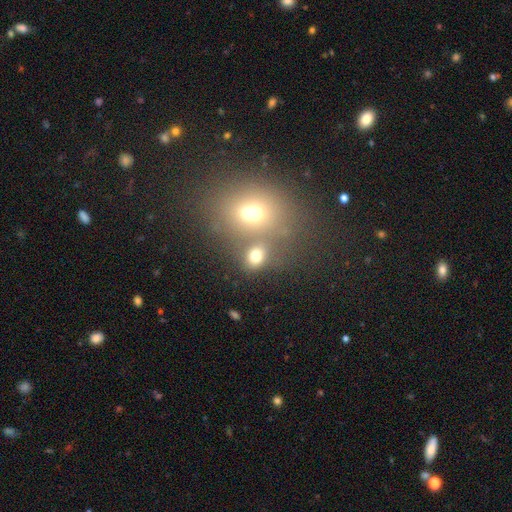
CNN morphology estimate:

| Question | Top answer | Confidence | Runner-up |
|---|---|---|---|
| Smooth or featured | smooth | 73% | star or artifact (16%) |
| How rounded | round | 54% | in between (45%) |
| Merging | none | 50% | merger (35%) |